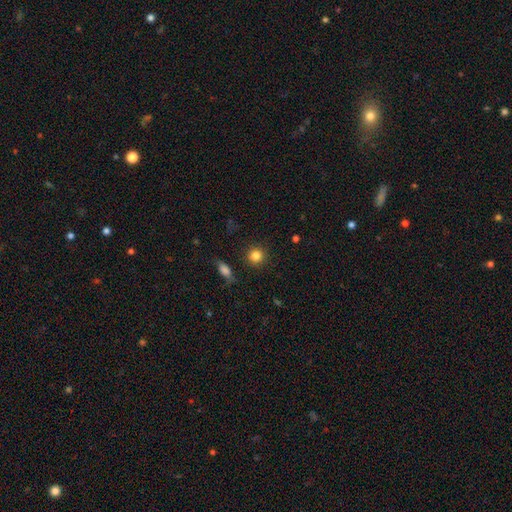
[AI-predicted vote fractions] Smooth or featured?
  - smooth: 84% *
  - star or artifact: 11%
  - featured or disk: 5%
How rounded?
  - round: 92% *
  - in between: 7%
  - cigar-shaped: 1%
Merging?
  - none: 89% *
  - minor disturbance: 7%
  - major disturbance: 2%
  - merger: 2%